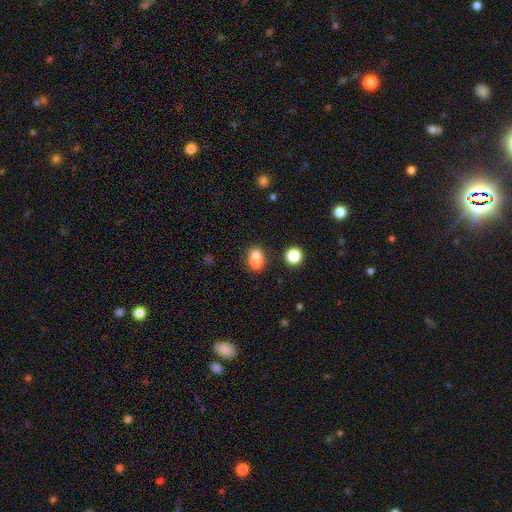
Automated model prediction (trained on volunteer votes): A smooth galaxy with no disk features (70%) that is round (69%).

Vote fractions:
- Smooth or featured? smooth: 70% / featured or disk: 17% / star or artifact: 13%
- How rounded? round: 69% / in between: 30% / cigar-shaped: 1%
- Merging? merger: 60% / none: 30% / minor disturbance: 6% / major disturbance: 4%